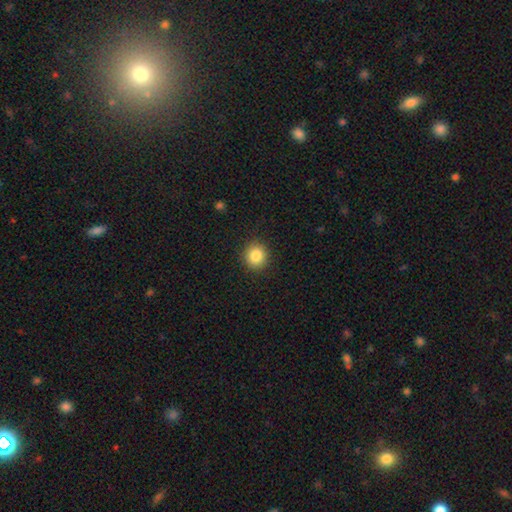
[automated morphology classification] This appears to be a smooth galaxy with no disk features (86%) that is round (90%). Merging: none (91%).